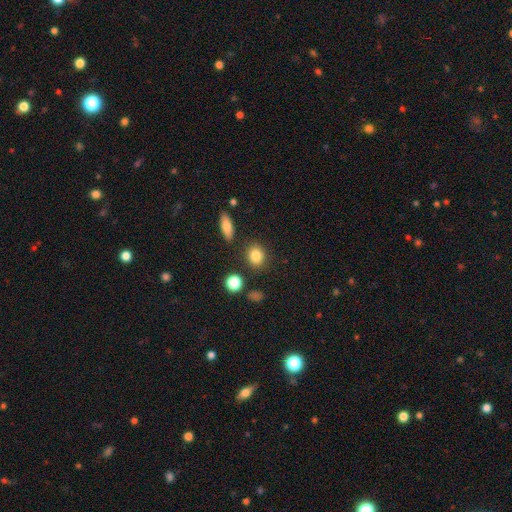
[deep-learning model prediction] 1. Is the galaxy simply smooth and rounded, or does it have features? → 83% smooth, 10% star or artifact, 6% featured or disk.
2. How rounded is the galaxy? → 63% round, 36% in between, 2% cigar-shaped.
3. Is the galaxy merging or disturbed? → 84% none, 9% minor disturbance, 4% merger, 3% major disturbance.